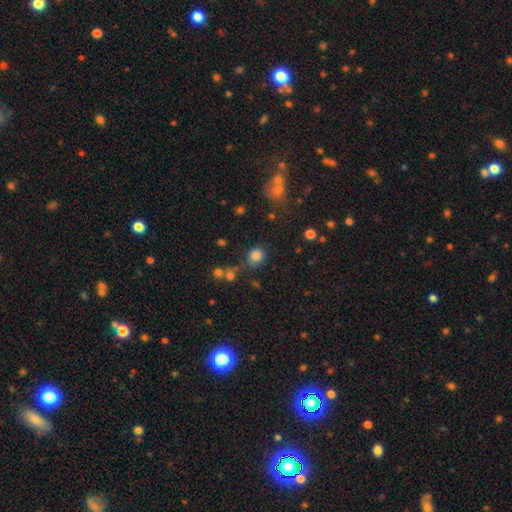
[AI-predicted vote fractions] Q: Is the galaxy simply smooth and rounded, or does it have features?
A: smooth — 82%.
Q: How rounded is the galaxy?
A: round — 73%.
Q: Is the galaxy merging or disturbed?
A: none — 74%.